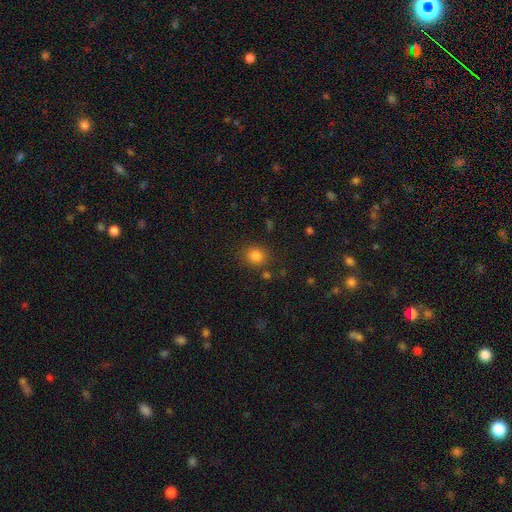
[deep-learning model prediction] Smooth or featured?
  - smooth: 83% *
  - star or artifact: 12%
  - featured or disk: 5%
How rounded?
  - round: 79% *
  - in between: 20%
  - cigar-shaped: 1%
Merging?
  - none: 81% *
  - minor disturbance: 10%
  - merger: 4%
  - major disturbance: 4%